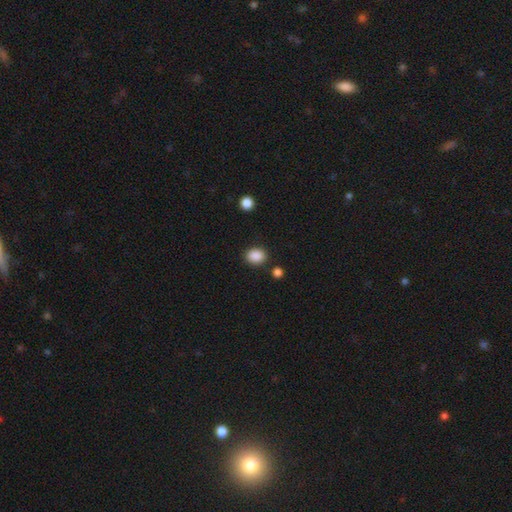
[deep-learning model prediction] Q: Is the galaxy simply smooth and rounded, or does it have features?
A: smooth — 88%.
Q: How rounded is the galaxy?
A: in between — 55%.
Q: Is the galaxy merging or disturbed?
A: none — 84%.